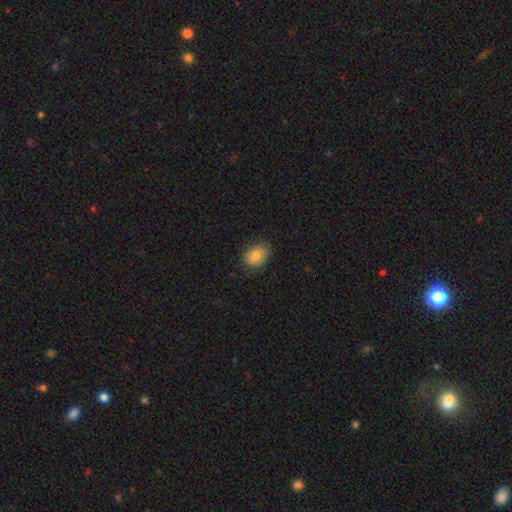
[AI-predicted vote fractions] Overall: smooth (81%). How rounded: in between (69%; round 30%). Merging: none (71%).